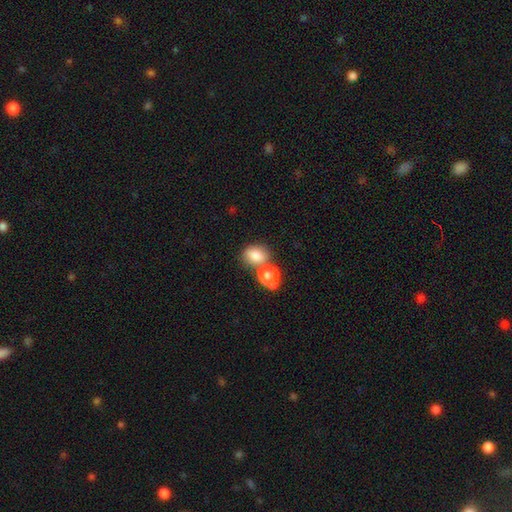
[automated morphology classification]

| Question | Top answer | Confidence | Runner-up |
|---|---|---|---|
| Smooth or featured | smooth | 81% | star or artifact (10%) |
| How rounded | in between | 53% | round (45%) |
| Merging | none | 43% | merger (41%) |